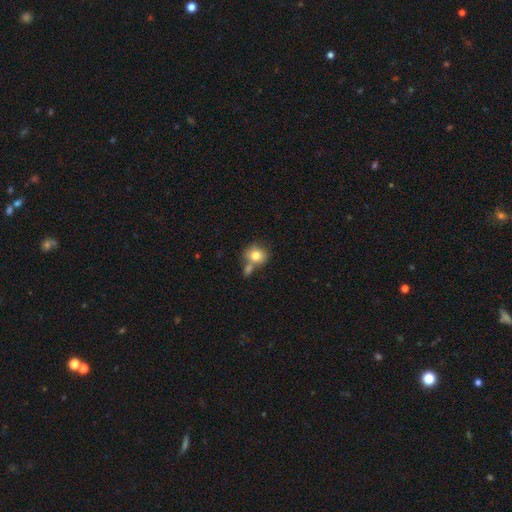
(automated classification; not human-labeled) Smooth or featured?
  - smooth: 78% *
  - featured or disk: 13%
  - star or artifact: 9%
How rounded?
  - round: 71% *
  - in between: 28%
  - cigar-shaped: 1%
Merging?
  - none: 47% *
  - merger: 33%
  - minor disturbance: 15%
  - major disturbance: 6%